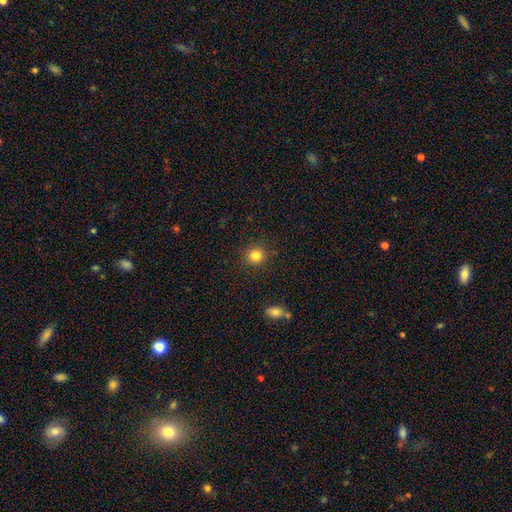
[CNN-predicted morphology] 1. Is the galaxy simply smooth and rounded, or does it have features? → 83% smooth, 12% star or artifact, 6% featured or disk.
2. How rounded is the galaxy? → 90% round, 9% in between, 1% cigar-shaped.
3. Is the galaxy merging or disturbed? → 89% none, 7% minor disturbance, 2% major disturbance, 2% merger.